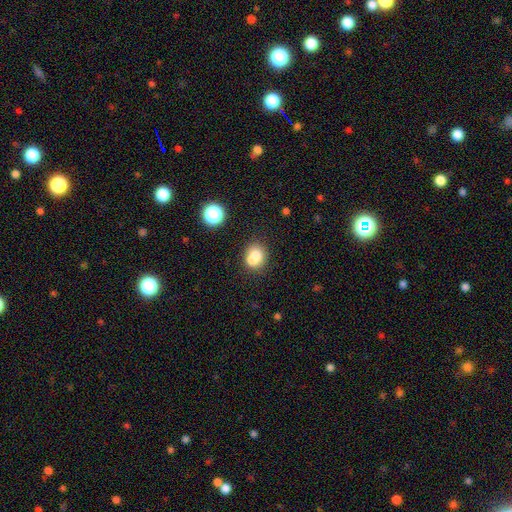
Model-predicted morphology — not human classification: Smooth or featured? smooth (73%)
How rounded? round (68%)
Merging? none (43%, tied with merger)